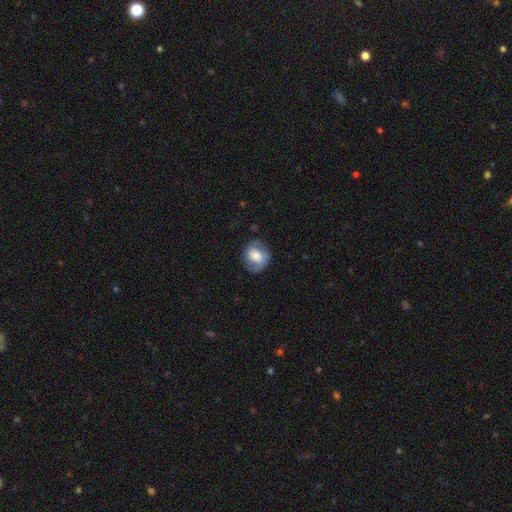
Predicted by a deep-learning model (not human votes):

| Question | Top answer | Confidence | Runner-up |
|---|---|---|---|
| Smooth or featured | smooth | 54% | featured or disk (38%) |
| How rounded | round | 67% | in between (32%) |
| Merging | none | 70% | minor disturbance (20%) |